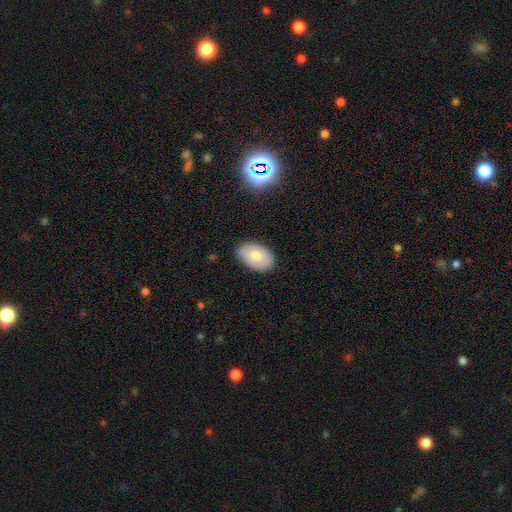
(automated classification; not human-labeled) A smooth galaxy with no disk features (68%) that is in between round and cigar-shaped (88%). Merging: none (84%).